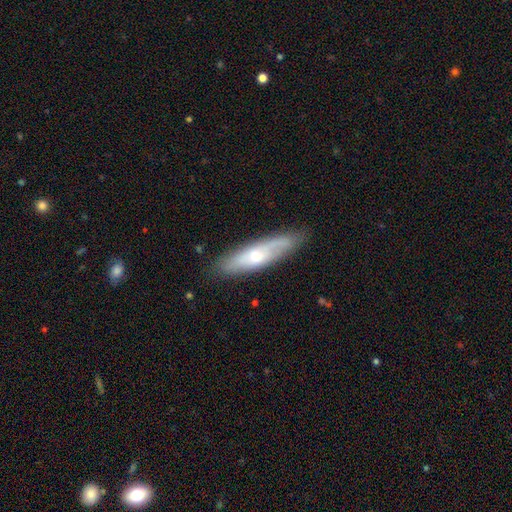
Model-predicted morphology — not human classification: This is possibly a smooth galaxy (47%). Merging: likely none (79%).